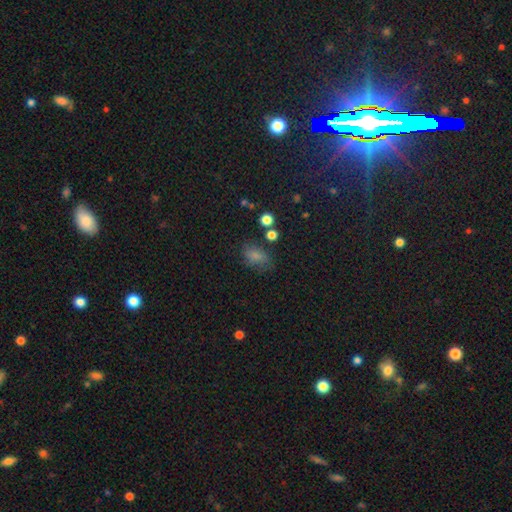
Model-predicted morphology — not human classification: smooth_or_featured: smooth (p=0.77) [alt: star or artifact p=0.13]
how_rounded: in between (p=0.84) [alt: round p=0.14]
merging: none (p=0.66) [alt: minor disturbance p=0.21]